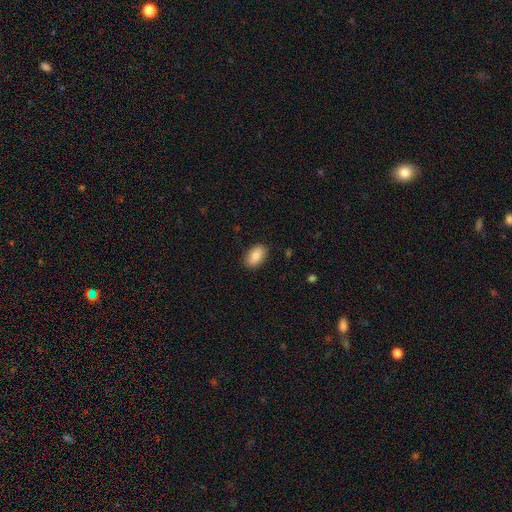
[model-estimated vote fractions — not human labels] This is clearly a smooth galaxy (86%). How rounded: clearly in between (92%). Merging: clearly none (86%).